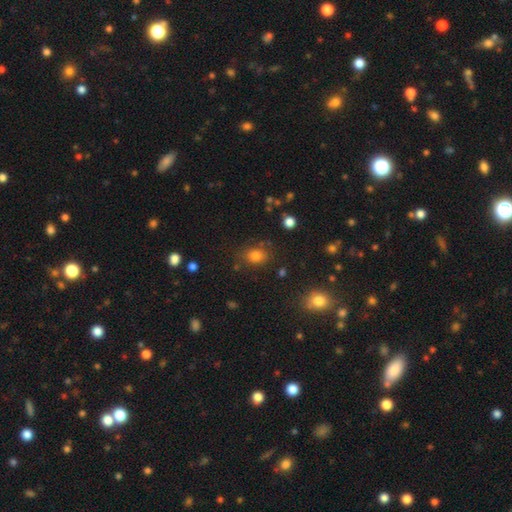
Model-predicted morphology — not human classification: smooth-or-featured: smooth: 78% | star or artifact: 15% | featured or disk: 8%
  how-rounded: in between: 58% | round: 41% | cigar-shaped: 1%
  merging: none: 76% | minor disturbance: 14% | major disturbance: 5% | merger: 4%